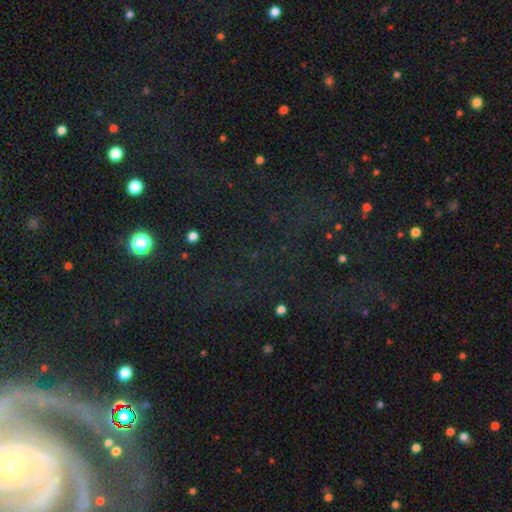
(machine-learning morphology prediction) smooth_or_featured: star or artifact (p=0.65) [alt: featured or disk p=0.19]